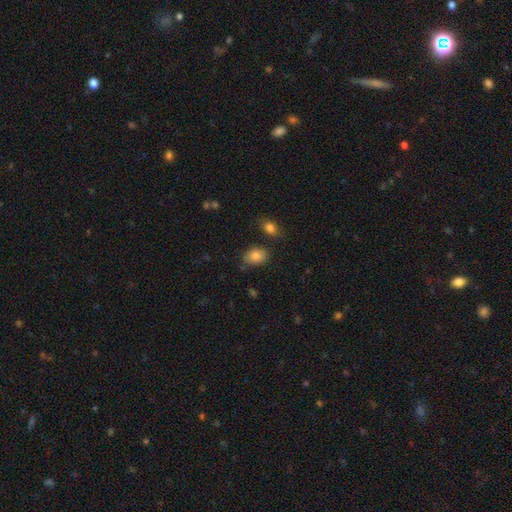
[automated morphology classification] This appears to be a smooth galaxy with no disk features (84%) that is in between round and cigar-shaped (78%). Merging: none (73%).